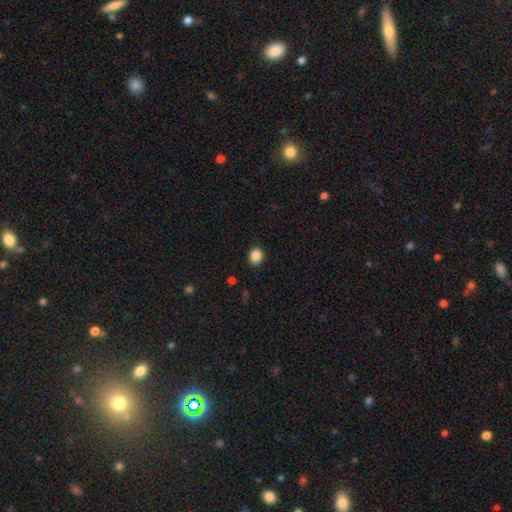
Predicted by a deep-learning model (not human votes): Overall: smooth (87%). How rounded: round (65%; in between 34%). Merging: none (89%).